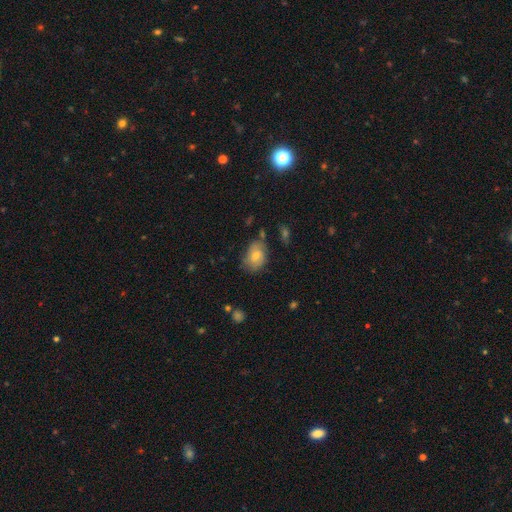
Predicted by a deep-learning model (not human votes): Smooth or featured? smooth (67%)
How rounded? in between (73%)
Merging? none (68%)